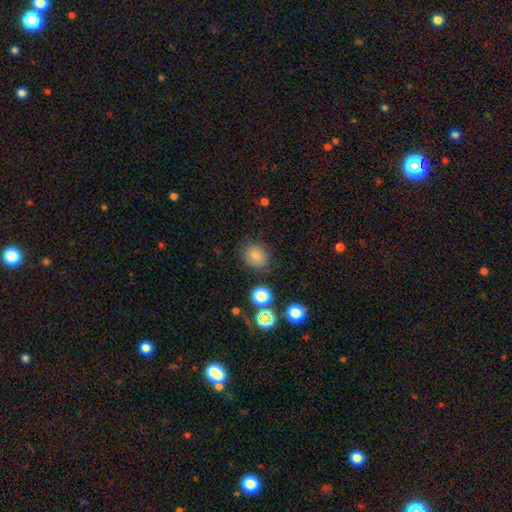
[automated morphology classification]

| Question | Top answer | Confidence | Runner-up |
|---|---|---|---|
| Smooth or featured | smooth | 77% | star or artifact (14%) |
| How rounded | round | 78% | in between (21%) |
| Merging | none | 83% | minor disturbance (11%) |